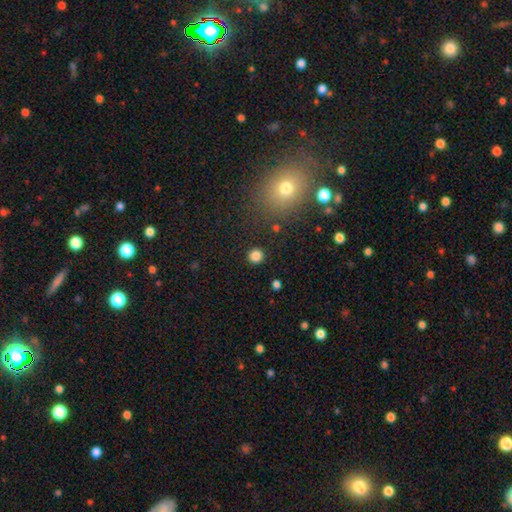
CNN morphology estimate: Smooth or featured?
  - smooth: 83% *
  - star or artifact: 13%
  - featured or disk: 4%
How rounded?
  - round: 93% *
  - in between: 6%
  - cigar-shaped: 1%
Merging?
  - none: 91% *
  - minor disturbance: 5%
  - major disturbance: 2%
  - merger: 2%